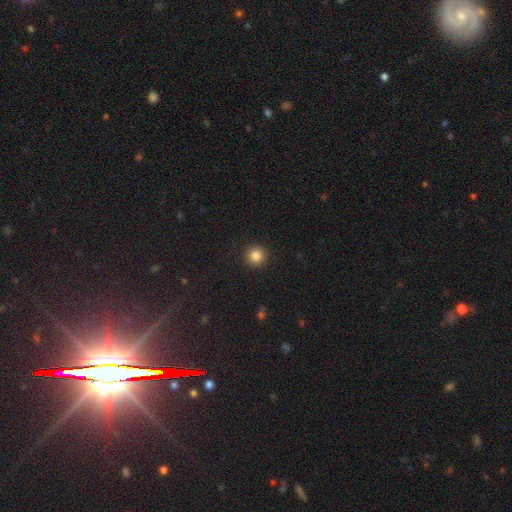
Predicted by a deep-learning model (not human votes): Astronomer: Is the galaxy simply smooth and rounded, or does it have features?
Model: smooth — 84%.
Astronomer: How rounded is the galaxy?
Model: round — 95%.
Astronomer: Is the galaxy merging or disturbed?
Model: none — 93%.